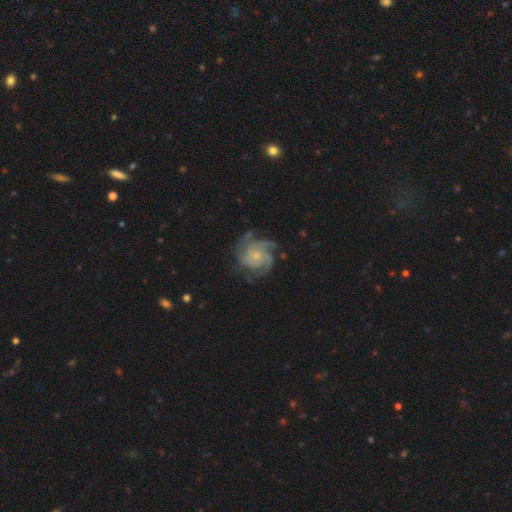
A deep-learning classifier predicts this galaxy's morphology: smooth-or-featured: featured or disk: 86% | smooth: 8% | star or artifact: 6%
  disk-edge-on: no: 98% | yes: 2%
    bar: no: 77% | weak: 19% | strong: 3%
    has-spiral-arms: yes: 97% | no: 3%
      spiral-winding: tight: 52% | medium: 39% | loose: 9%
      spiral-arm-count: 3: 35% | 4: 30% | can't tell: 13% | 2: 9% | more than 4: 7% | 1: 6%
    bulge-size: small: 71% | moderate: 20% | none: 6% | large: 2% | dominant: 1%
  merging: none: 70% | minor disturbance: 18% | major disturbance: 11% | merger: 2%